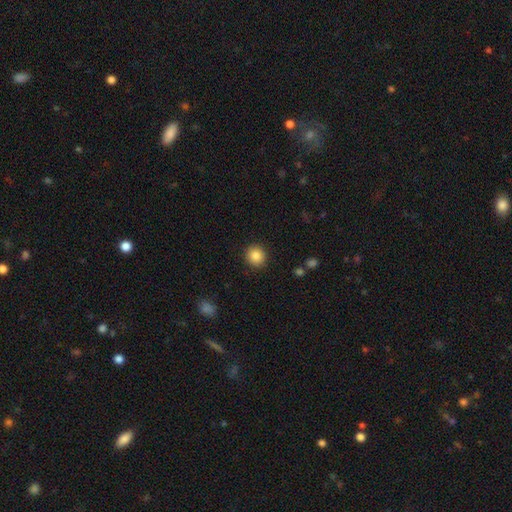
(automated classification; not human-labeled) Smooth or featured: smooth — 86% (star or artifact — 9%)
How rounded: round — 87% (in between — 12%)
Merging: none — 91% (minor disturbance — 6%)